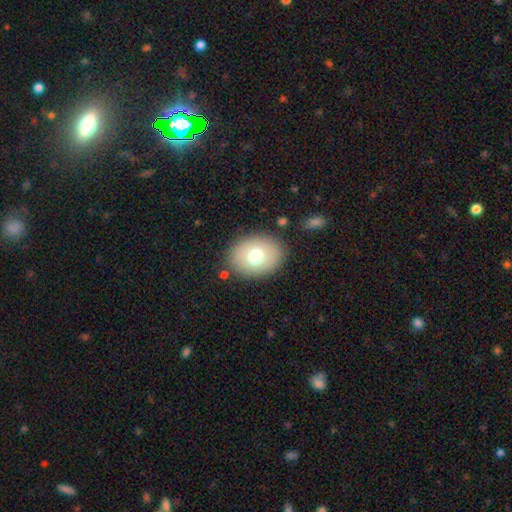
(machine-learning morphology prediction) This appears to be a smooth galaxy with no disk features (71%) that is in between round and cigar-shaped (65%). Merging: none (85%).